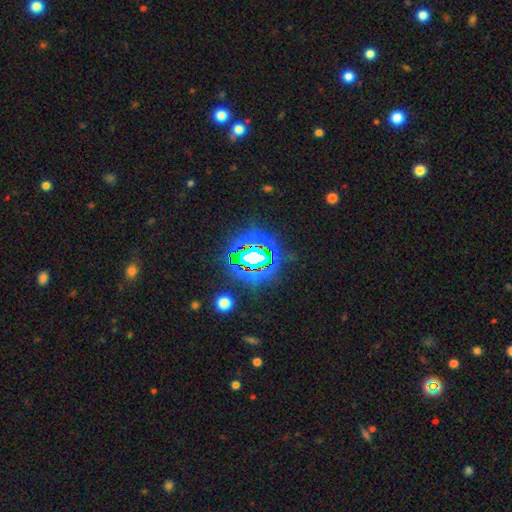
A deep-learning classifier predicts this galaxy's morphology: A star or artifact, not a galaxy (80%).